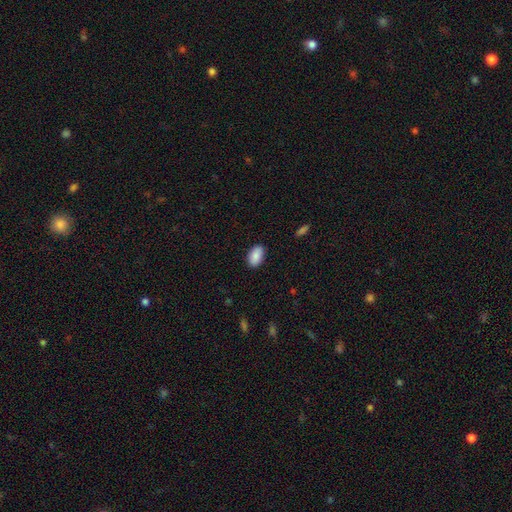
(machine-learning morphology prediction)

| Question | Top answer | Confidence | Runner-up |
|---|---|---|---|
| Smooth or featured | smooth | 86% | featured or disk (7%) |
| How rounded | in between | 92% | round (6%) |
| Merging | none | 86% | minor disturbance (10%) |